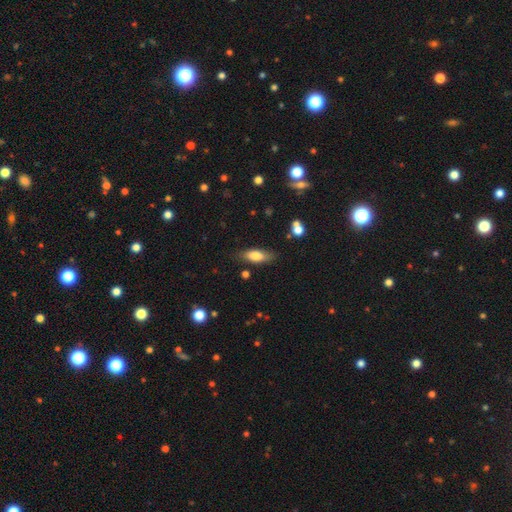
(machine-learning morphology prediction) A smooth galaxy with no disk features (75%) that is in between round and cigar-shaped (70%). Merging: none (77%).